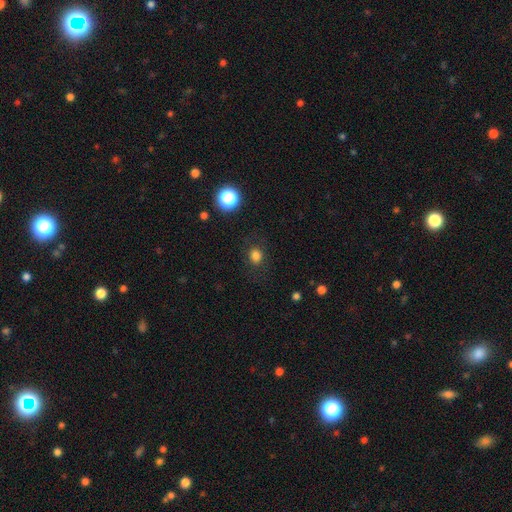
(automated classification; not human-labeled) Smooth or featured?
  - smooth: 80% *
  - star or artifact: 15%
  - featured or disk: 5%
How rounded?
  - round: 72% *
  - in between: 27%
  - cigar-shaped: 1%
Merging?
  - none: 82% *
  - minor disturbance: 11%
  - major disturbance: 5%
  - merger: 1%